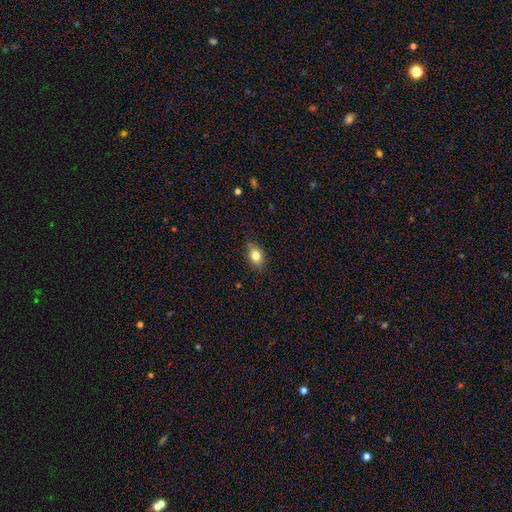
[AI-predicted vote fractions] smooth-or-featured: smooth: 82% | star or artifact: 9% | featured or disk: 9%
  how-rounded: in between: 69% | round: 29% | cigar-shaped: 2%
  merging: none: 77% | minor disturbance: 18% | major disturbance: 3% | merger: 2%